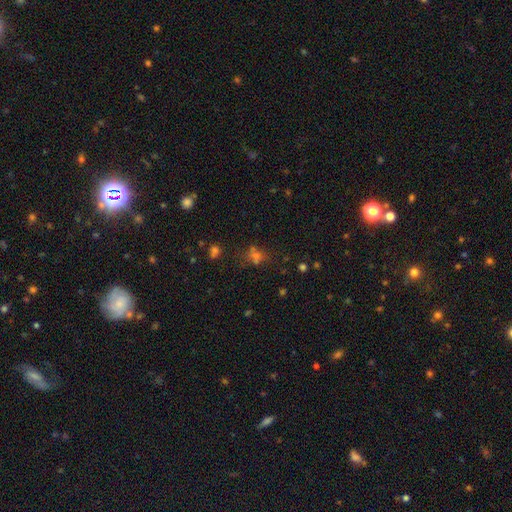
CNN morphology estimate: smooth-or-featured: smooth: 46% | star or artifact: 41% | featured or disk: 14%
  merging: none: 55% | merger: 18% | minor disturbance: 16% | major disturbance: 11%